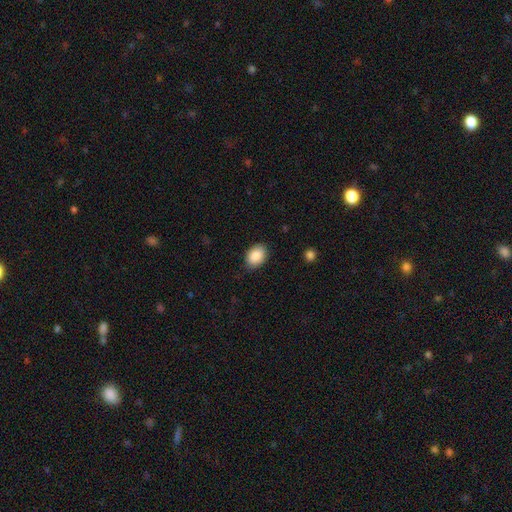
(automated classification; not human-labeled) Q: Smooth or featured?
A: smooth (88%); runner-up: star or artifact (7%)
Q: How rounded?
A: in between (79%); runner-up: round (20%)
Q: Merging?
A: none (83%); runner-up: minor disturbance (13%)